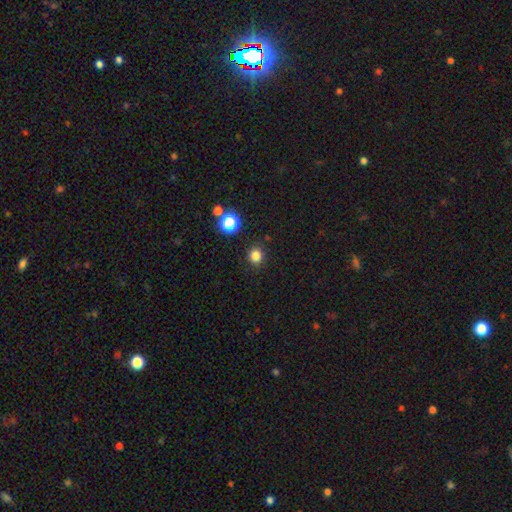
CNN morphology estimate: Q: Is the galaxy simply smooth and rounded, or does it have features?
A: smooth — 82%.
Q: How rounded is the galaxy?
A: round — 90%.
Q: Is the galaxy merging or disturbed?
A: none — 90%.